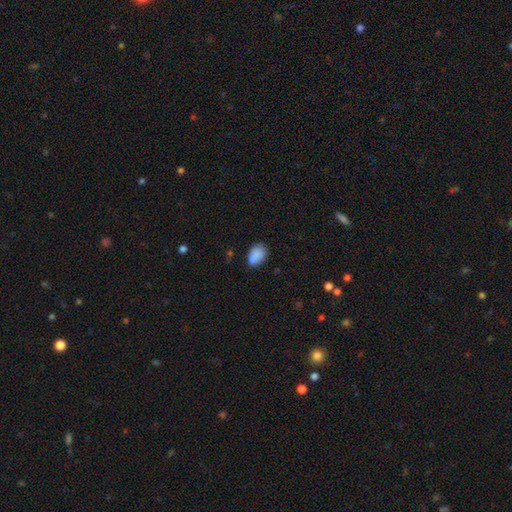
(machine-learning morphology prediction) smooth-or-featured: smooth: 86% | star or artifact: 8% | featured or disk: 6%
  how-rounded: in between: 85% | round: 14% | cigar-shaped: 1%
  merging: none: 70% | minor disturbance: 23% | major disturbance: 5% | merger: 3%